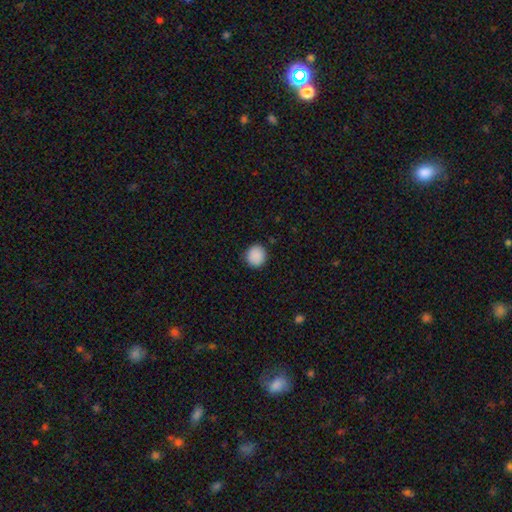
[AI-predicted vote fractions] This appears to be a smooth galaxy with no disk features (90%) that is round (91%). Merging: none (90%).